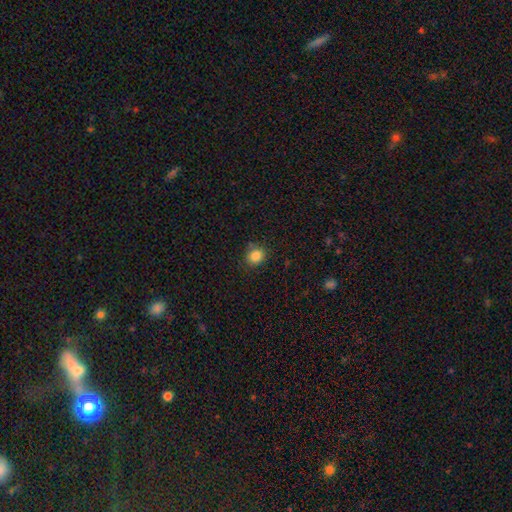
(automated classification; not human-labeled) The model was most divided on "how rounded": round: 75%, in between: 24%, cigar-shaped: 1%. More confident: smooth or featured — smooth (85%); merging — none (82%).